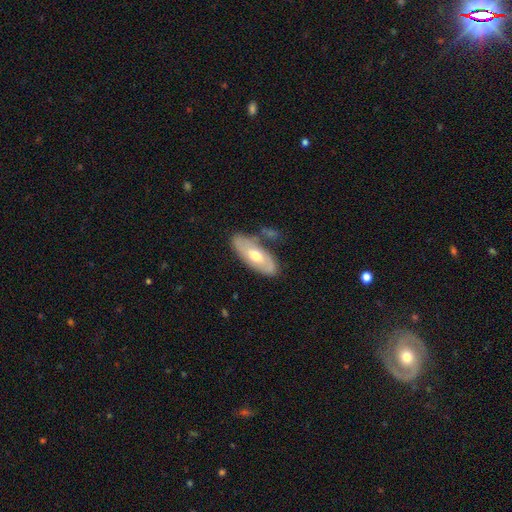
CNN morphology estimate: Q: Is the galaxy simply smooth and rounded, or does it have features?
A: featured or disk — 53%.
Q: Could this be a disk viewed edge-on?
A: no — 81%.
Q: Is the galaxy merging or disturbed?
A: none — 68%.